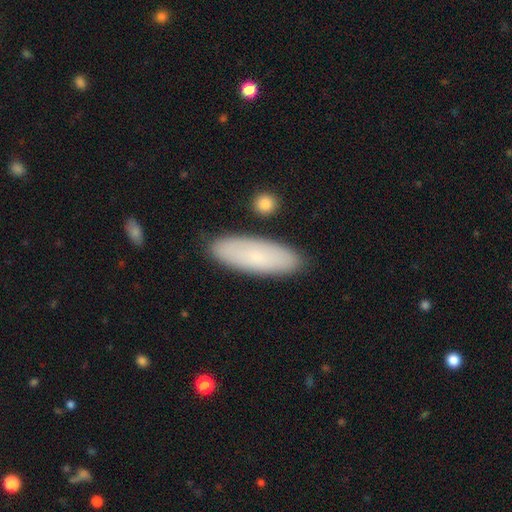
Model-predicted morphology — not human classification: Smooth or featured? Predicted: smooth (p=0.75). How rounded? Predicted: in between (p=0.57). Merging? Predicted: none (p=0.86).